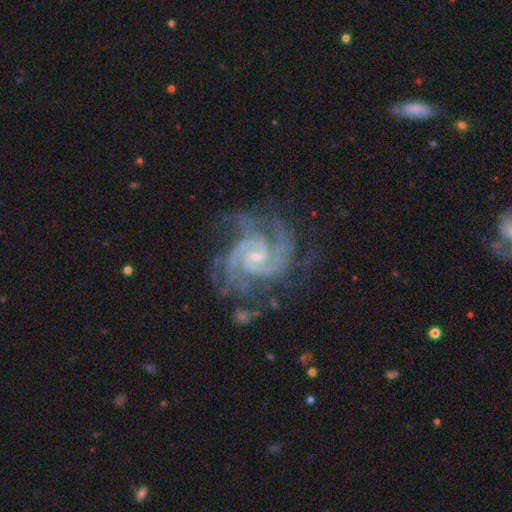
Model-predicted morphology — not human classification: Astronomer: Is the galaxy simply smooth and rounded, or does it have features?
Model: featured or disk — 93%.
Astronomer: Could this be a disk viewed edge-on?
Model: no — 98%.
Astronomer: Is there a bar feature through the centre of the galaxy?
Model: weak — 53% (runner-up: no, 33%).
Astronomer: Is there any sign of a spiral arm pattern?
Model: yes — 99%.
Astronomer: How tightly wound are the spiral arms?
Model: tight — 56% (runner-up: medium, 39%).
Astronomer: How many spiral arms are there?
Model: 2 — 58%.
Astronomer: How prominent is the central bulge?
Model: small — 63%.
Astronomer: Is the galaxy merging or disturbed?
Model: none — 63%.